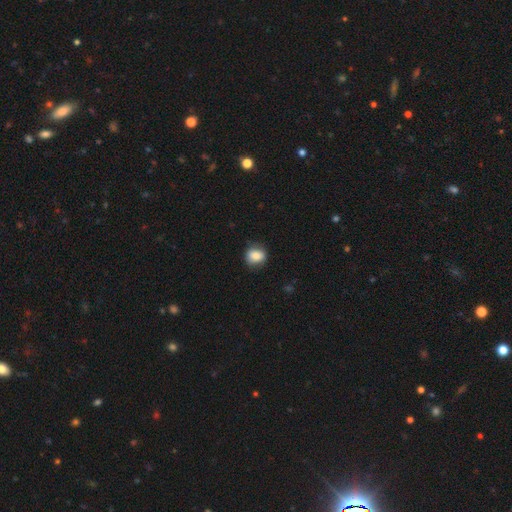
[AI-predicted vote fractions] smooth_or_featured: smooth (p=0.82) [alt: featured or disk p=0.10]
how_rounded: round (p=0.56) [alt: in between p=0.42]
merging: none (p=0.77) [alt: minor disturbance p=0.17]